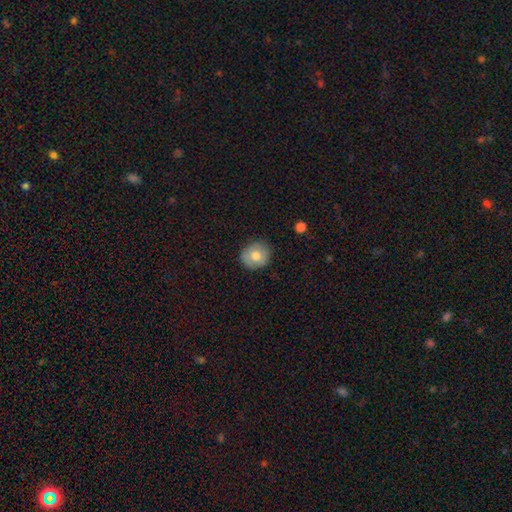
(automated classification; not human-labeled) A smooth galaxy with no disk features (71%) that is round (84%). Merging: none (84%).